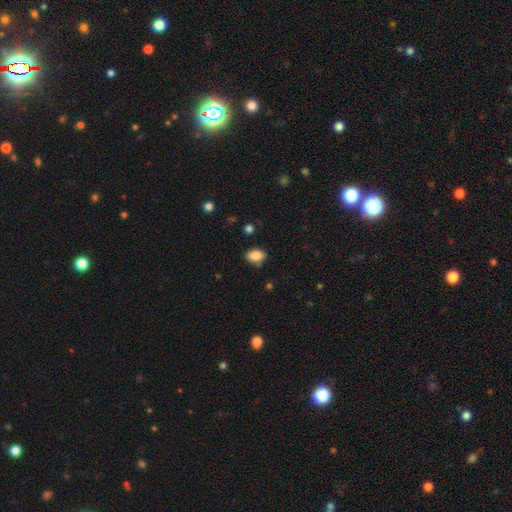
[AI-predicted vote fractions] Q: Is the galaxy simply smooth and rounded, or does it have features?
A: smooth — 86%.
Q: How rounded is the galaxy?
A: in between — 81%.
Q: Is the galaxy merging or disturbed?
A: none — 80%.